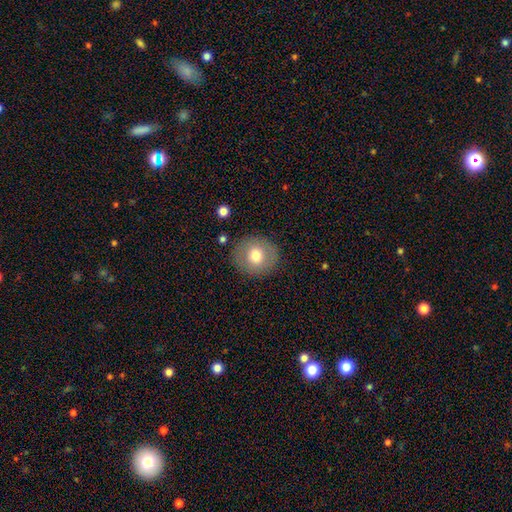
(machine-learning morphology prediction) The model was most divided on "smooth or featured": smooth: 71%, featured or disk: 20%, star or artifact: 8%. More confident: merging — none (87%); how rounded — round (85%).